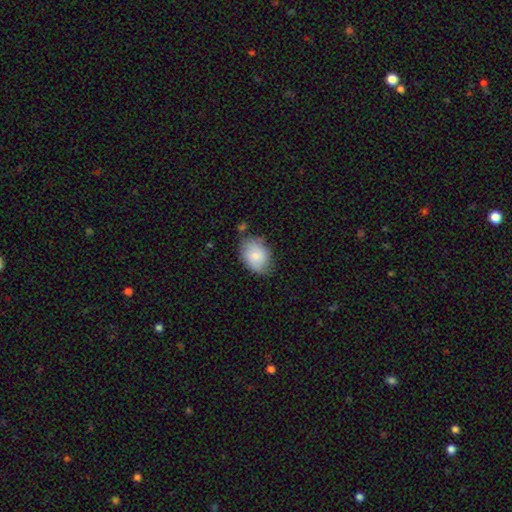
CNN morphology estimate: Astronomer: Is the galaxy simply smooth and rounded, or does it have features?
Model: smooth — 79%.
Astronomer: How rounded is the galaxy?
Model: in between — 77%.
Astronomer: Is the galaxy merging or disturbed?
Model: none — 68%.